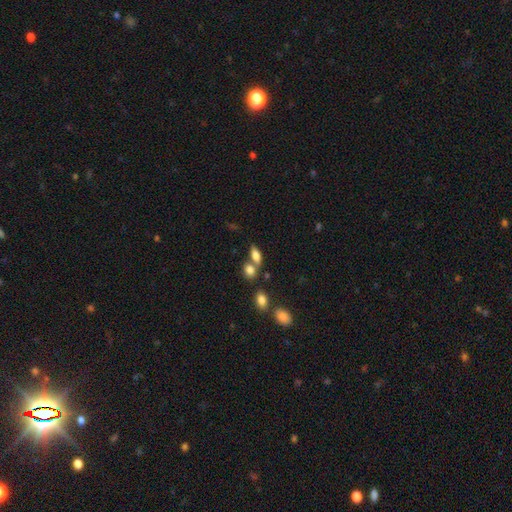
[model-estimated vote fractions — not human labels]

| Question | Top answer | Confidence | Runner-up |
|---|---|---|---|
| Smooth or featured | smooth | 74% | featured or disk (17%) |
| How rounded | in between | 78% | cigar-shaped (14%) |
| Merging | none | 51% | merger (33%) |